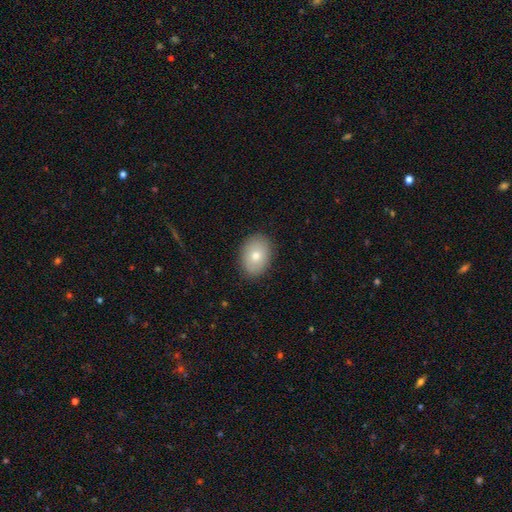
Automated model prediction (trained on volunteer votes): The model was most divided on "how rounded": in between: 76%, round: 23%, cigar-shaped: 1%. More confident: merging — none (88%); smooth or featured — smooth (76%).